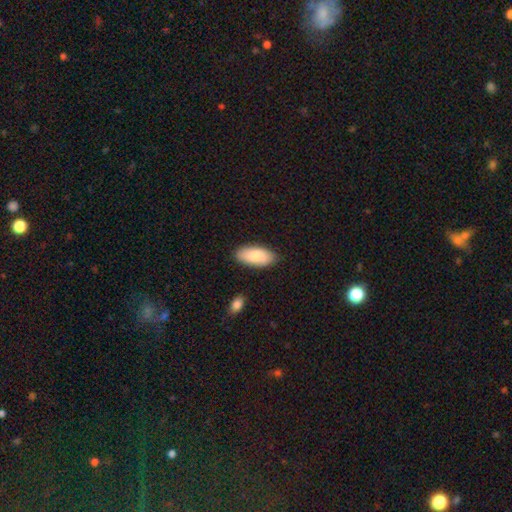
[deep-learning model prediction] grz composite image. It shows a smooth galaxy with no disk features (84%) that is in between round and cigar-shaped (90%). Merging: none (83%).